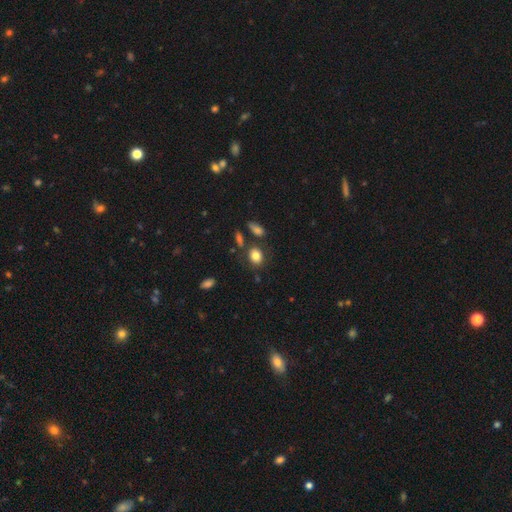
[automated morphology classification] type=smooth (81%); roundness=in between (56%); merging=none (72%).